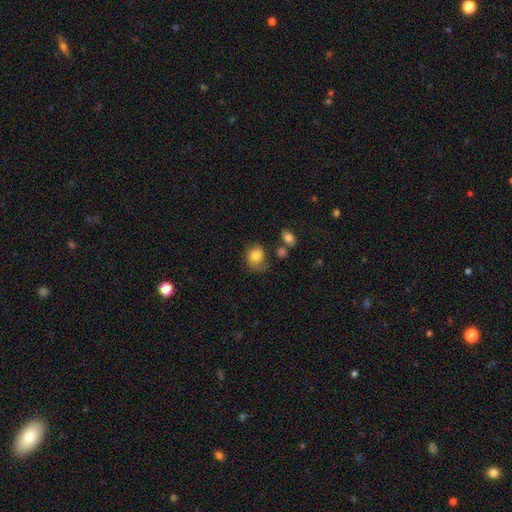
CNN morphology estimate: This appears to be a smooth galaxy with no disk features (76%) that is round (66%). Merging: none (52%).